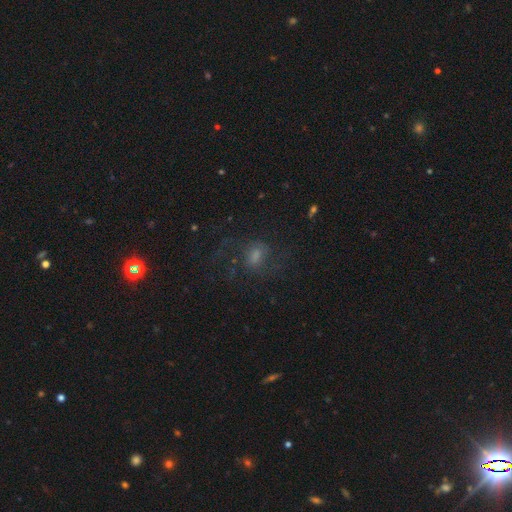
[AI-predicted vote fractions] Overall: featured or disk (43%; smooth 38%). Merging: none (49%; major disturbance 30%).